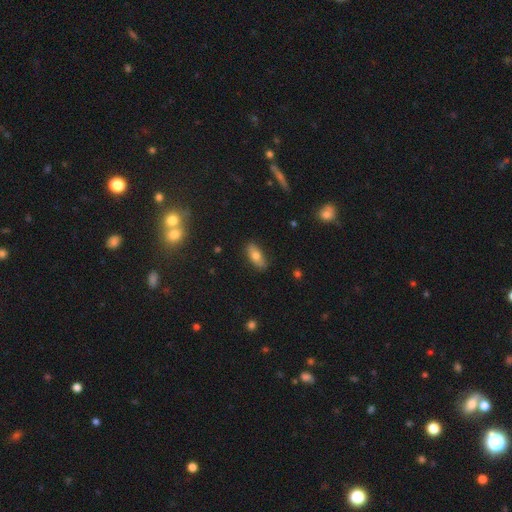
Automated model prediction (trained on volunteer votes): smooth-or-featured: smooth: 71% | featured or disk: 20% | star or artifact: 9%
  how-rounded: in between: 80% | cigar-shaped: 16% | round: 4%
  merging: none: 84% | minor disturbance: 12% | major disturbance: 2% | merger: 1%